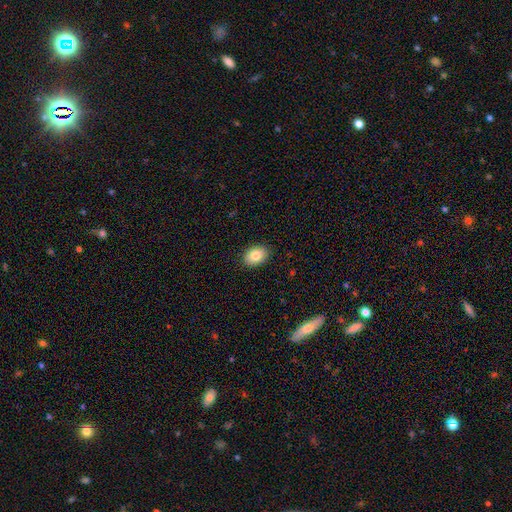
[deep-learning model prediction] This is clearly a smooth galaxy (84%). How rounded: likely in between (77%). Merging: clearly none (90%).